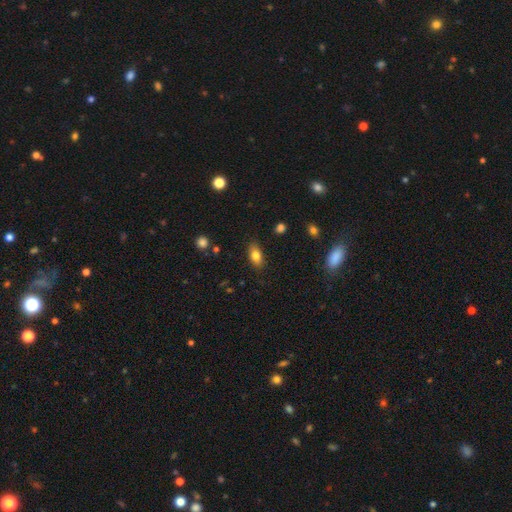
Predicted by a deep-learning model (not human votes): smooth 81%, featured or disk 11%, star or artifact 9%. Down the decision tree: how rounded — in between (87%); merging — none (84%).